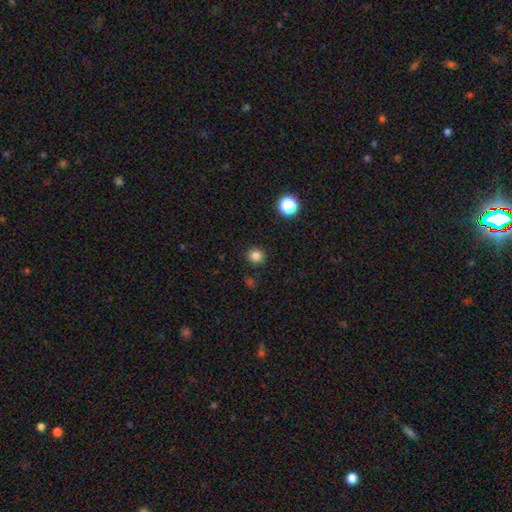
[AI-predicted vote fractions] Overall: smooth (83%). How rounded: round (85%). Merging: none (90%).